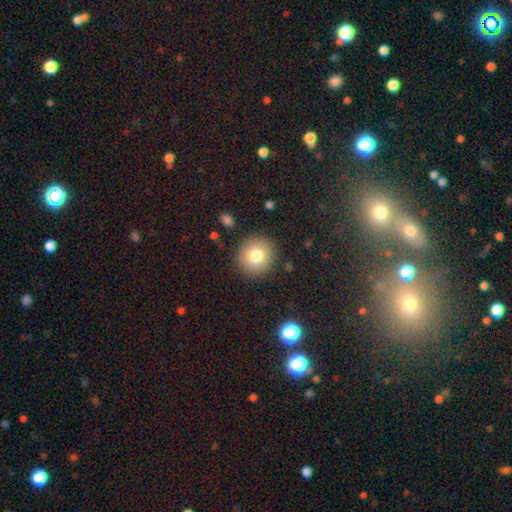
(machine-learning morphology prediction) This is likely a smooth galaxy (78%). How rounded: clearly round (90%). Merging: clearly none (89%).